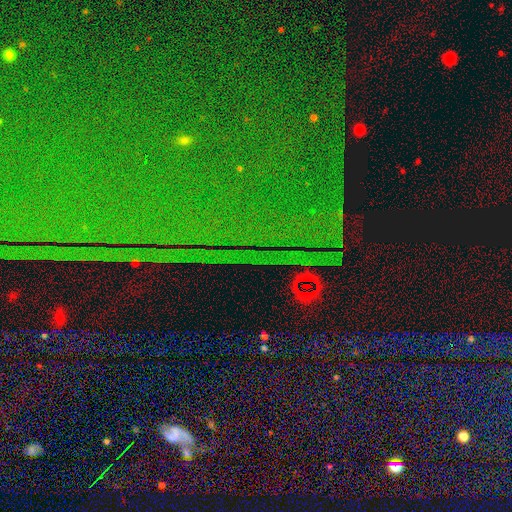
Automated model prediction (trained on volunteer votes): The model was most divided on "smooth or featured": star or artifact: 86%, smooth: 7%, featured or disk: 7%.